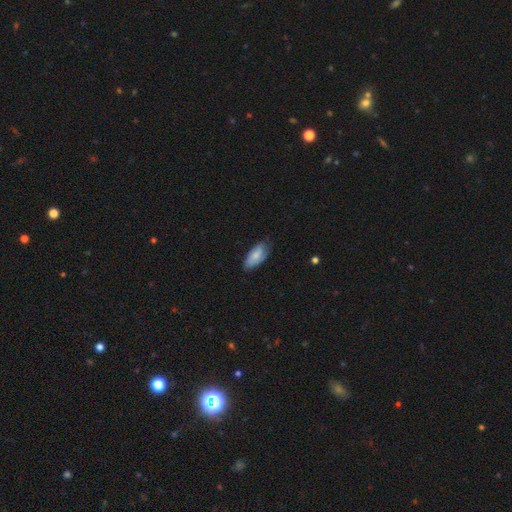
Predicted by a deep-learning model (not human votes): Q: Smooth or featured?
A: smooth (70%); runner-up: featured or disk (23%)
Q: How rounded?
A: in between (85%); runner-up: cigar-shaped (13%)
Q: Merging?
A: none (63%); runner-up: minor disturbance (29%)